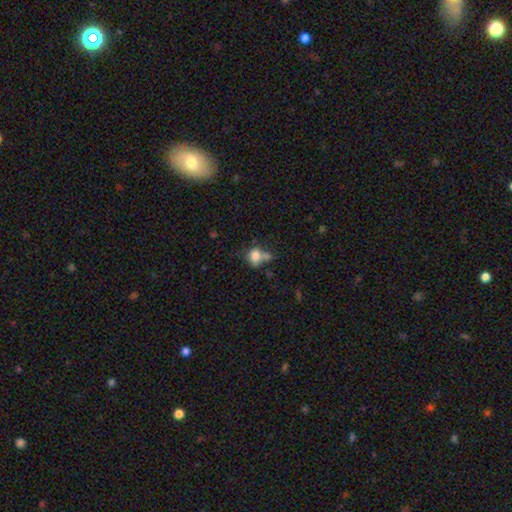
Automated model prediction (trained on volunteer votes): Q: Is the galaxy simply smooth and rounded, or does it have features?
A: smooth — 75%.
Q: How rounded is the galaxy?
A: round — 50%.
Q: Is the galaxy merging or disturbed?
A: none — 36%.